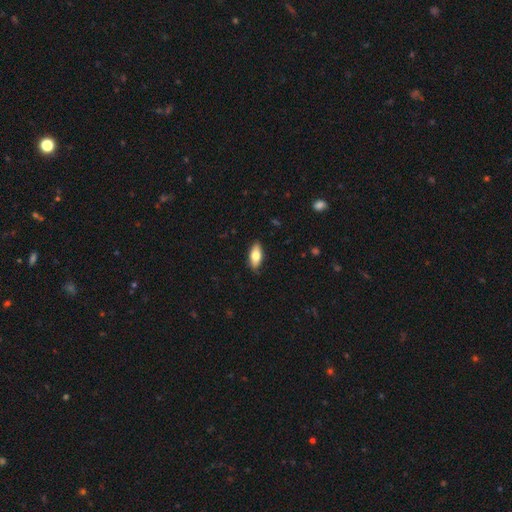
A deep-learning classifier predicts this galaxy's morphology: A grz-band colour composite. It shows a smooth galaxy with no disk features (73%) that is in between round and cigar-shaped (85%). Merging: none (87%).